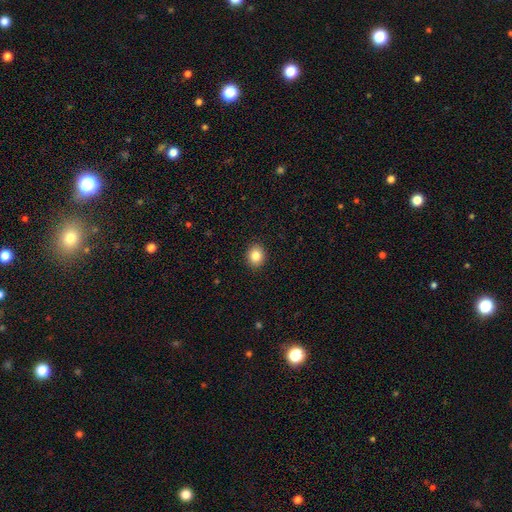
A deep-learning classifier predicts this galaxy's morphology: Smooth or featured? Predicted: smooth (p=0.84). How rounded? Predicted: round (p=0.67). Merging? Predicted: none (p=0.91).